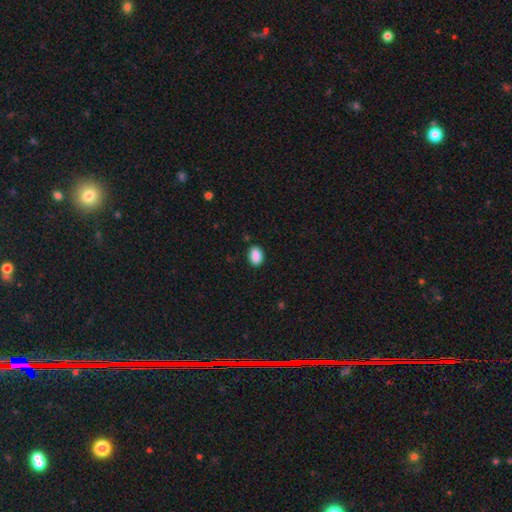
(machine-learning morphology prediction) Smooth or featured: smooth — 90% (star or artifact — 8%)
How rounded: in between — 84% (round — 15%)
Merging: none — 87% (minor disturbance — 10%)